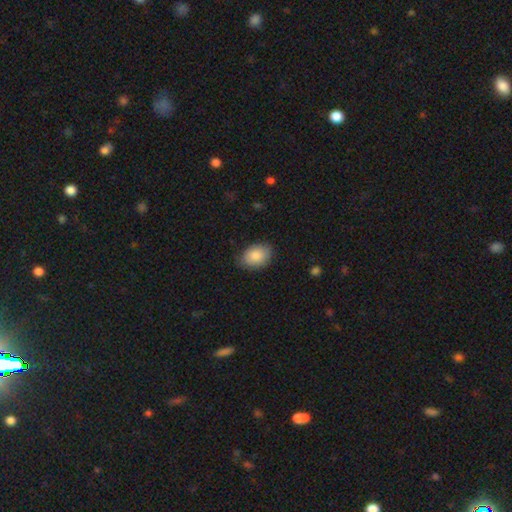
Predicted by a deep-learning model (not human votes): A smooth galaxy with no disk features (87%) that is in between round and cigar-shaped (84%). Merging: none (81%).